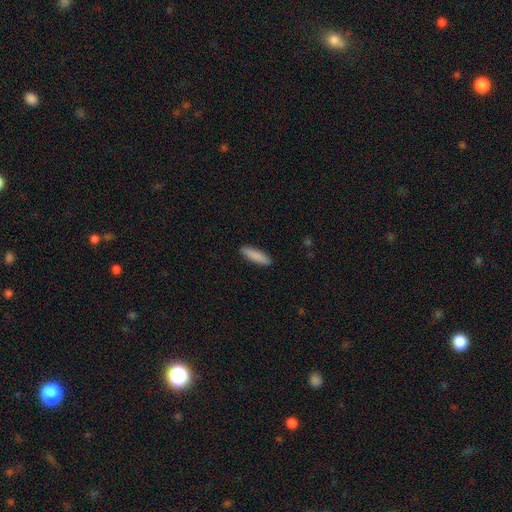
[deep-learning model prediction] smooth-or-featured: smooth: 88% | featured or disk: 7% | star or artifact: 6%
  how-rounded: cigar-shaped: 72% | in between: 27% | round: 1%
  merging: none: 90% | minor disturbance: 7% | major disturbance: 2% | merger: 1%